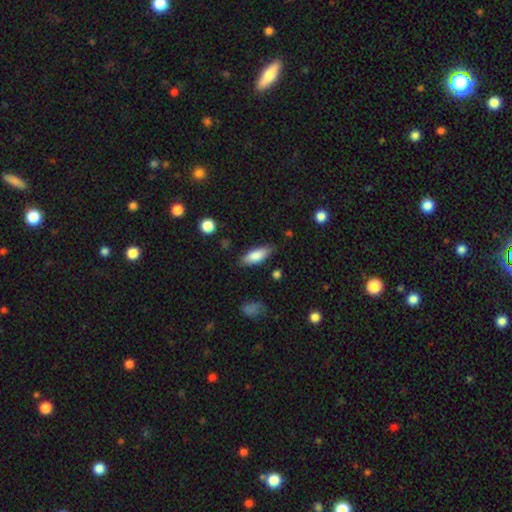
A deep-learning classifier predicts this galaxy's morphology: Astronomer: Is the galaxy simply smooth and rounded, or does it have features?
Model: smooth — 83%.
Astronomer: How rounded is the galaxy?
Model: in between — 71%.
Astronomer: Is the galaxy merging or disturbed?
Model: none — 82%.